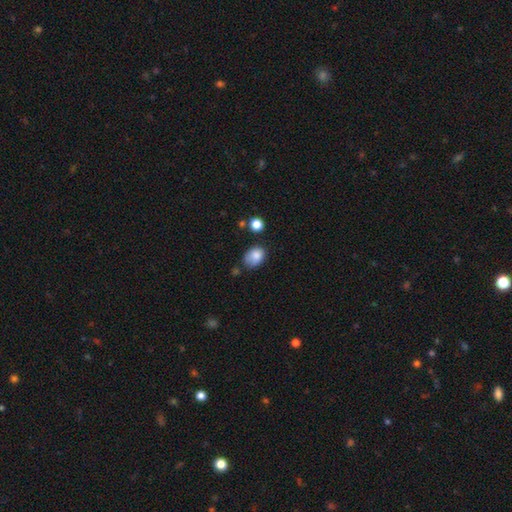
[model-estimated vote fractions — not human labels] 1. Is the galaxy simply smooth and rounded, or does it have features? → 84% smooth, 9% star or artifact, 8% featured or disk.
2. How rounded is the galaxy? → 76% in between, 23% round, 1% cigar-shaped.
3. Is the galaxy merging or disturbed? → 50% none, 34% minor disturbance, 9% major disturbance, 6% merger.